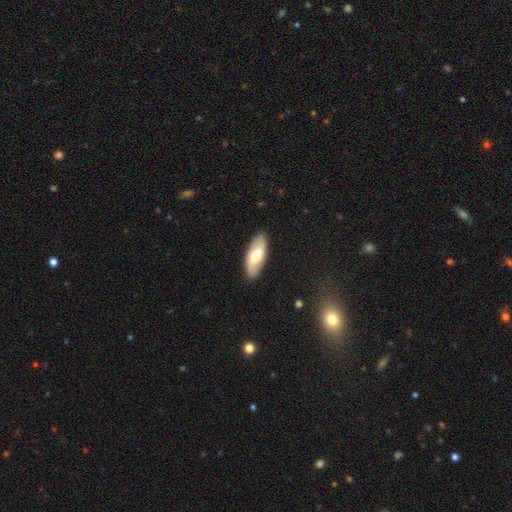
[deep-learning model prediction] Morphology: type=smooth (55%); roundness=in between (78%); merging=none (87%).